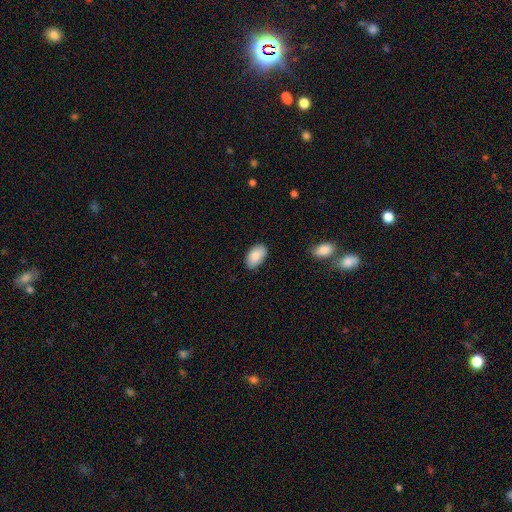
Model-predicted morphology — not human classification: A smooth galaxy with no disk features (87%) that is in between round and cigar-shaped (94%).

Vote fractions:
- Smooth or featured? smooth: 87% / featured or disk: 7% / star or artifact: 6%
- How rounded? in between: 94% / round: 5% / cigar-shaped: 1%
- Merging? none: 84% / minor disturbance: 12% / major disturbance: 2% / merger: 1%